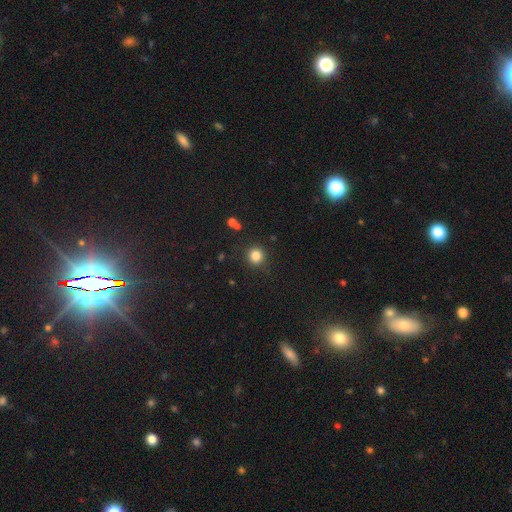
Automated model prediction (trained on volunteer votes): Overall: smooth (83%). How rounded: round (91%). Merging: none (87%).